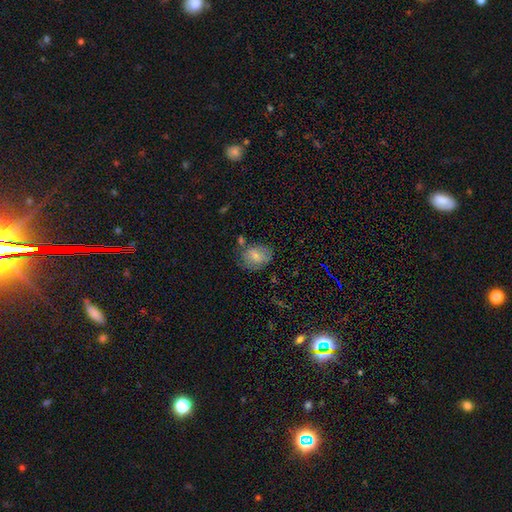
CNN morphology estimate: Smooth or featured? smooth (68%)
How rounded? in between (57%)
Merging? none (58%)